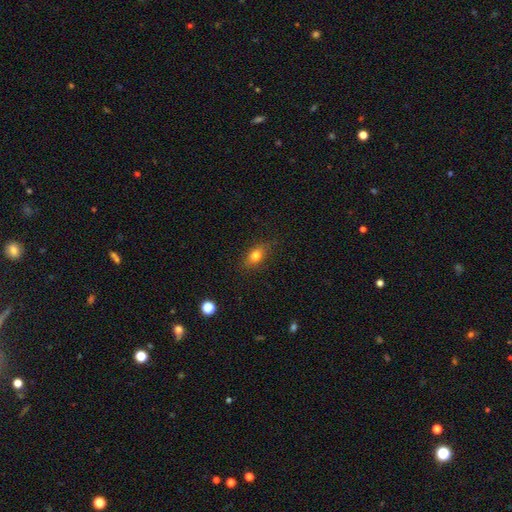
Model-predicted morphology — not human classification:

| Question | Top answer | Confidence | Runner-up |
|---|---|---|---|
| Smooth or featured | smooth | 78% | featured or disk (12%) |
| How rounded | in between | 75% | round (19%) |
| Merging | none | 83% | minor disturbance (13%) |